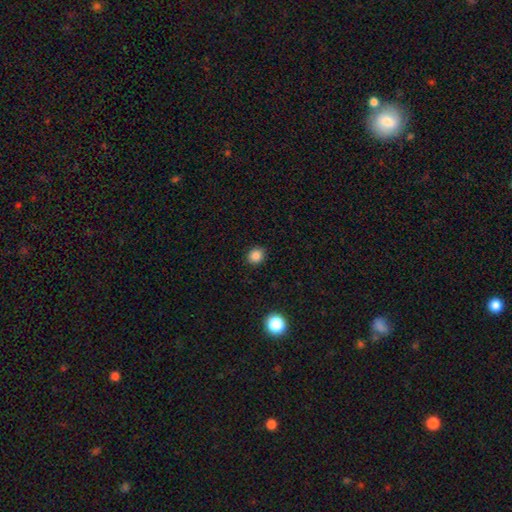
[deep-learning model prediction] Smooth or featured: smooth — 85% (star or artifact — 11%)
How rounded: round — 80% (in between — 19%)
Merging: none — 91% (minor disturbance — 6%)